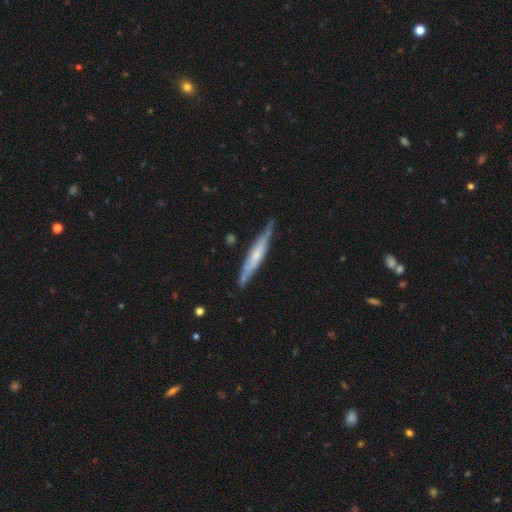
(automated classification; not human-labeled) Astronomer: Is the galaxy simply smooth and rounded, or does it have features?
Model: featured or disk — 58% (runner-up: smooth, 37%).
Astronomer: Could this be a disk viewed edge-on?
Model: yes — 88%.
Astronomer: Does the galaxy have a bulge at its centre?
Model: rounded — 45% (runner-up: none, 43%).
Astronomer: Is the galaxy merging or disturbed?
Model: none — 77%.